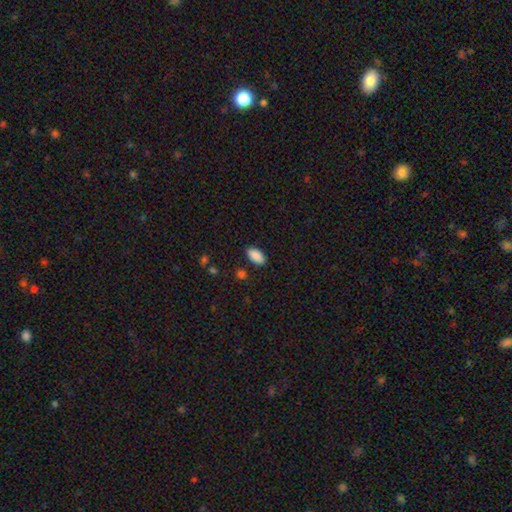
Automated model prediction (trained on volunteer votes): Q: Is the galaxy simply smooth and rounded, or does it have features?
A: smooth — 89%.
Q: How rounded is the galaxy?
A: in between — 94%.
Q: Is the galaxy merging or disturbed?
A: none — 86%.